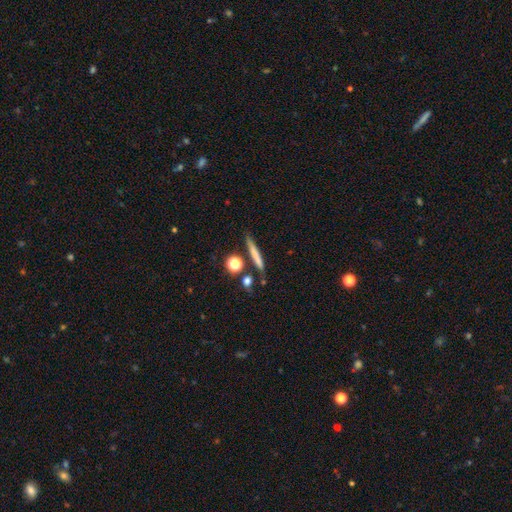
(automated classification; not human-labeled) Smooth or featured? smooth (67%)
How rounded? cigar-shaped (86%)
Merging? none (78%)